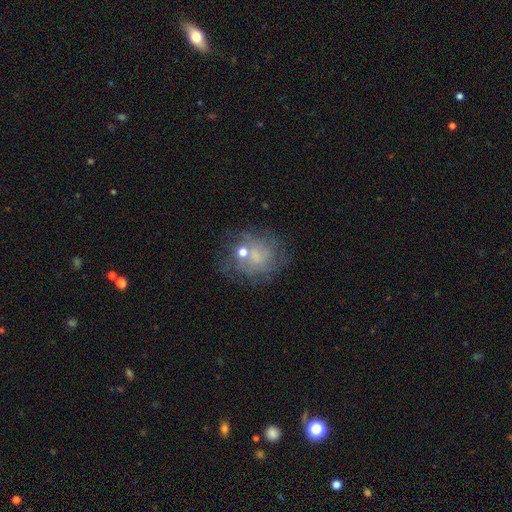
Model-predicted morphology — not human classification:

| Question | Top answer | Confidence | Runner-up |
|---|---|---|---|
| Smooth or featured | featured or disk | 53% | smooth (32%) |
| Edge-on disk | no | 97% | yes (3%) |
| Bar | no | 74% | weak (22%) |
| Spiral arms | yes | 58% | no (42%) |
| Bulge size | small | 42% | moderate (34%) |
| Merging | none | 58% | minor disturbance (18%) |